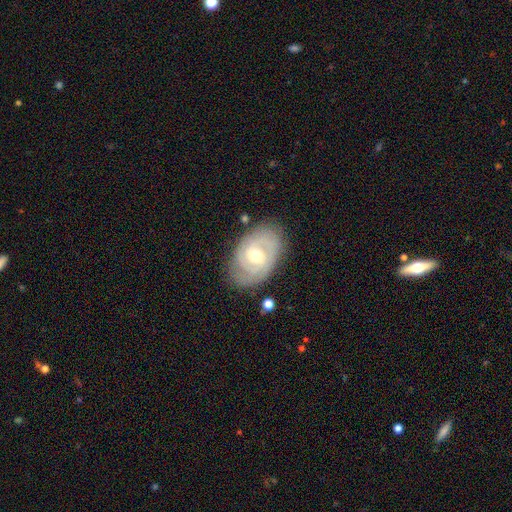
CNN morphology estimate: Smooth or featured? featured or disk (84%)
Edge-on disk? no (96%)
Bar? no (53%)
Spiral arms? yes (95%)
Spiral winding? tight (70%)
Spiral arm count? 2 (42%)
Bulge size? moderate (58%)
Merging? none (79%)